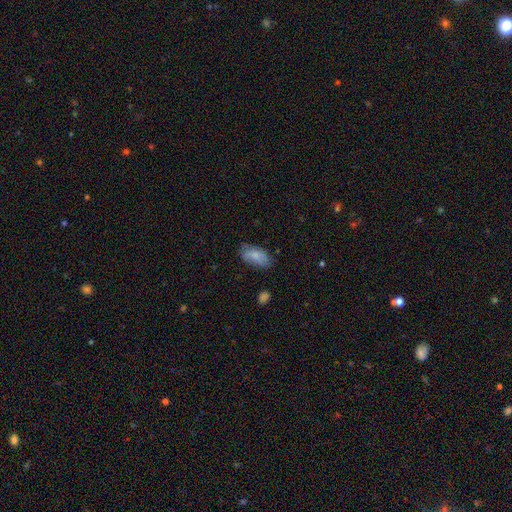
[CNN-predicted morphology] Overall: smooth (78%). How rounded: in between (92%). Merging: none (63%; minor disturbance 27%).